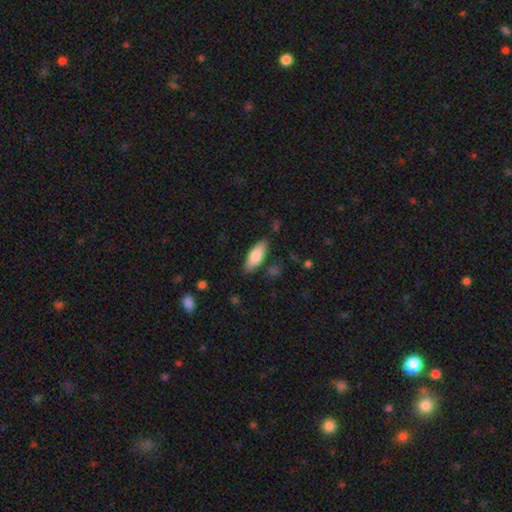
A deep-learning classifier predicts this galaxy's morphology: Q: Smooth or featured?
A: smooth (80%); runner-up: featured or disk (14%)
Q: How rounded?
A: in between (75%); runner-up: cigar-shaped (23%)
Q: Merging?
A: none (83%); runner-up: minor disturbance (12%)